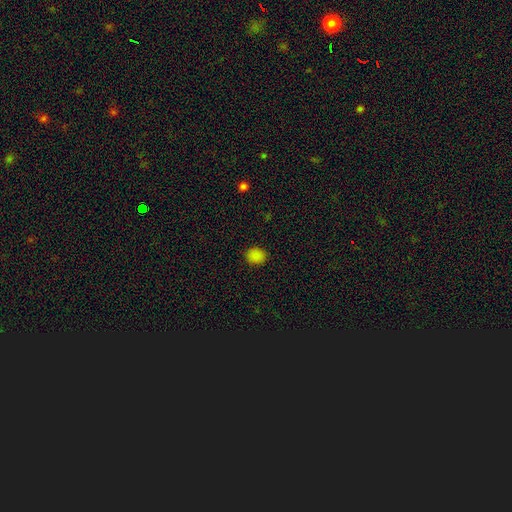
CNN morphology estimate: Q: Smooth or featured?
A: smooth (85%); runner-up: star or artifact (13%)
Q: How rounded?
A: round (68%); runner-up: in between (31%)
Q: Merging?
A: none (89%); runner-up: minor disturbance (8%)